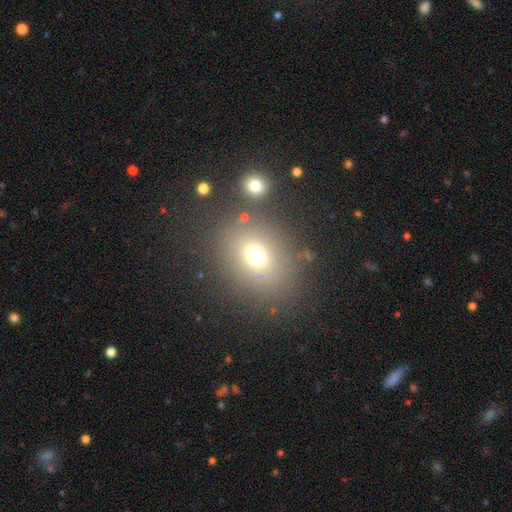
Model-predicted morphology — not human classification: smooth 69%, star or artifact 19%, featured or disk 12%. Down the decision tree: how rounded — round (59%); merging — none (74%).